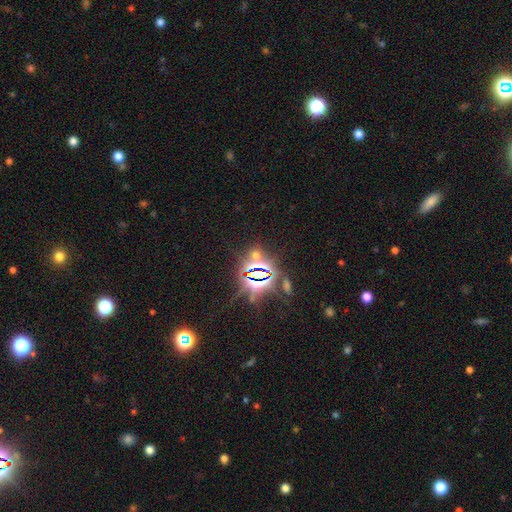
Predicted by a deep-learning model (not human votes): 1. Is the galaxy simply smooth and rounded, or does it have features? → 73% star or artifact, 19% smooth, 8% featured or disk.